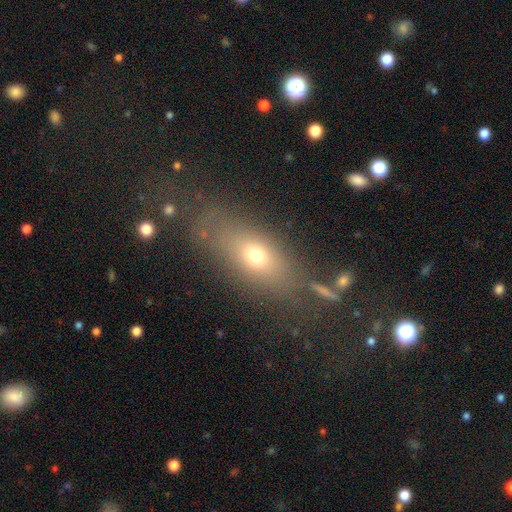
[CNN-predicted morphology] type=smooth (65%); roundness=in between (69%); merging=none (67%).